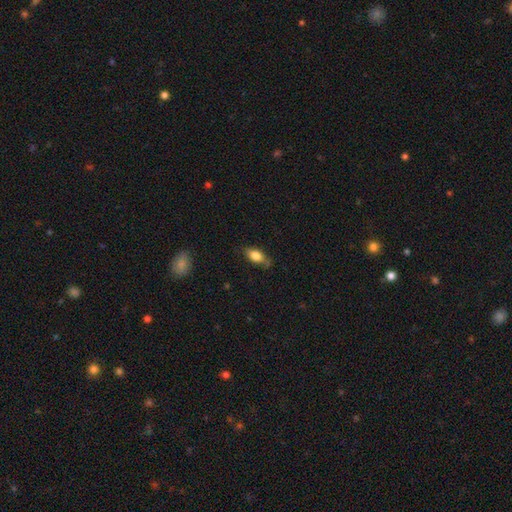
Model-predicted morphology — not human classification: type=smooth (77%); roundness=in between (84%); merging=none (69%).